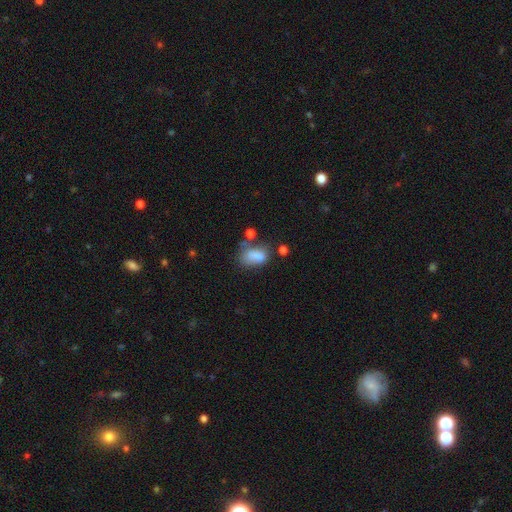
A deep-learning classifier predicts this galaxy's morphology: Smooth or featured? Predicted: smooth (p=0.76). How rounded? Predicted: in between (p=0.86). Merging? Predicted: none (p=0.34).